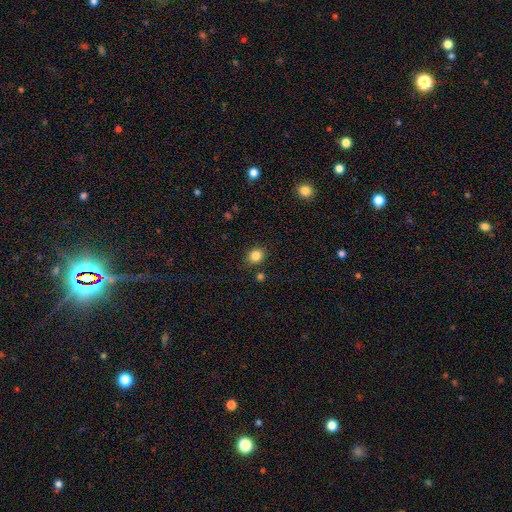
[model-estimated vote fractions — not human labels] Smooth or featured?
  - smooth: 84% *
  - star or artifact: 11%
  - featured or disk: 5%
How rounded?
  - round: 69% *
  - in between: 31%
  - cigar-shaped: 1%
Merging?
  - none: 83% *
  - minor disturbance: 10%
  - merger: 4%
  - major disturbance: 3%